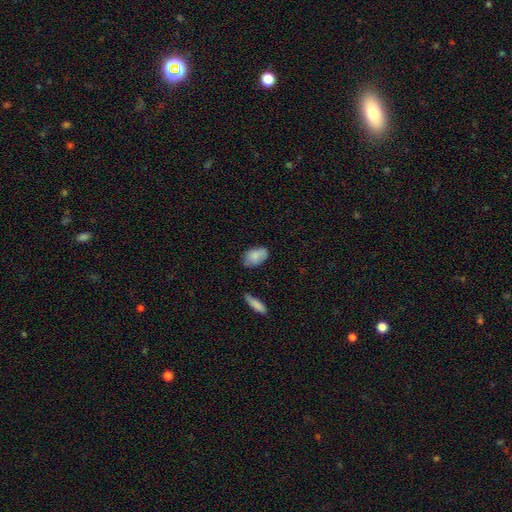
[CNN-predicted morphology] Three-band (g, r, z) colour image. It shows a smooth galaxy with no disk features (83%) that is in between round and cigar-shaped (91%). Merging: none (69%).